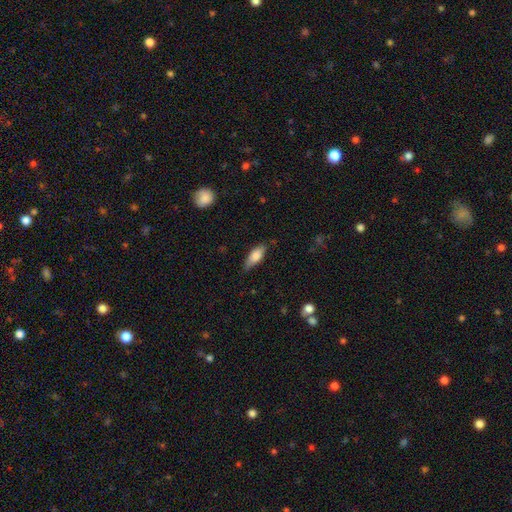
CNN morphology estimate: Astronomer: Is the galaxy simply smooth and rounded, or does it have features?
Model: smooth — 77%.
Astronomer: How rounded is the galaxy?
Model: in between — 71%.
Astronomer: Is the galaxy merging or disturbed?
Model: none — 71%.